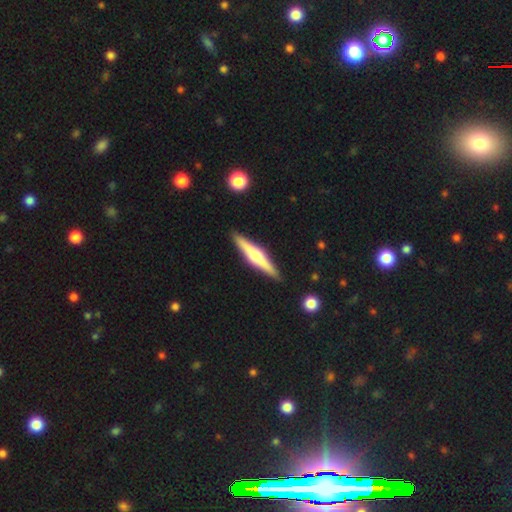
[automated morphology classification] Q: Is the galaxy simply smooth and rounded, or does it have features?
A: featured or disk — 64%.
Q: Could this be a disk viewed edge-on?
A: yes — 97%.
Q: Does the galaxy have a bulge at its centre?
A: rounded — 86%.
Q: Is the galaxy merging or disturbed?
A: none — 90%.